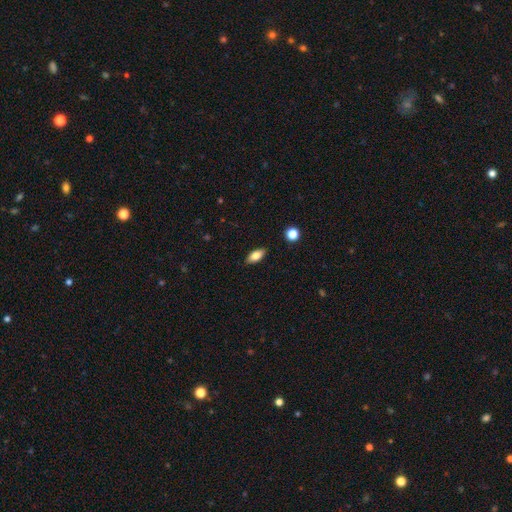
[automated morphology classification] Smooth or featured: smooth — 79% (featured or disk — 13%)
How rounded: in between — 87% (cigar-shaped — 10%)
Merging: none — 87% (minor disturbance — 9%)